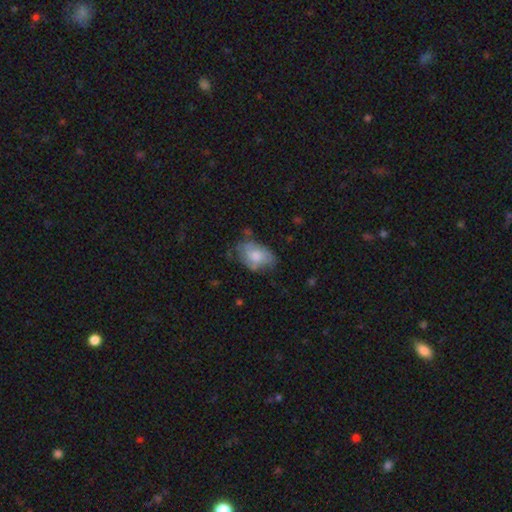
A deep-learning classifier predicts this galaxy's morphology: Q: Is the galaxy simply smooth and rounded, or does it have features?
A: smooth — 64%.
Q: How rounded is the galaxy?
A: in between — 86%.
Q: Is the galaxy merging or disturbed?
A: none — 50%.